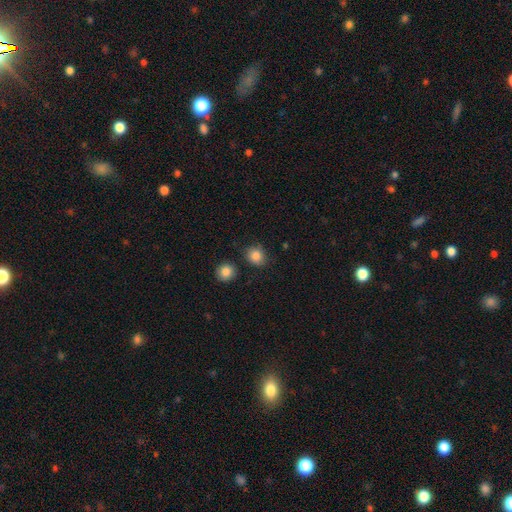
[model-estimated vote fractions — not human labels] smooth 86%, star or artifact 9%, featured or disk 5%. Down the decision tree: how rounded — round (70%); merging — none (78%).